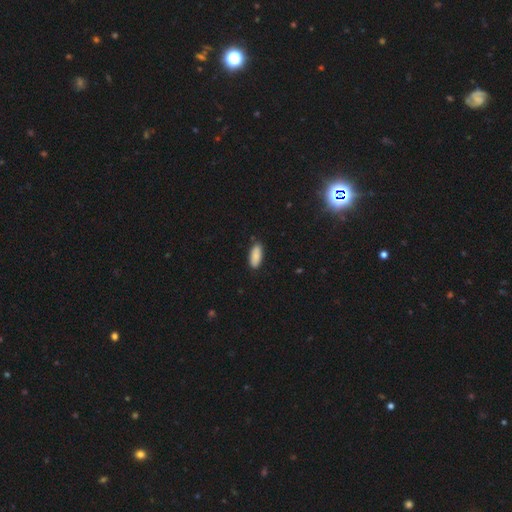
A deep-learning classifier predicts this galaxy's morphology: Smooth or featured: smooth — 88% (star or artifact — 6%)
How rounded: in between — 85% (cigar-shaped — 13%)
Merging: none — 86% (minor disturbance — 11%)